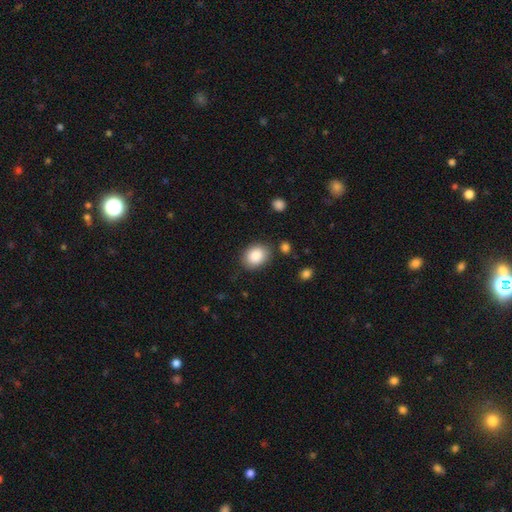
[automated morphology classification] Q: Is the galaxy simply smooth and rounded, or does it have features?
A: smooth — 87%.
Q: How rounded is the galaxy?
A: in between — 59%.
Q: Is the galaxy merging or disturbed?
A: none — 81%.